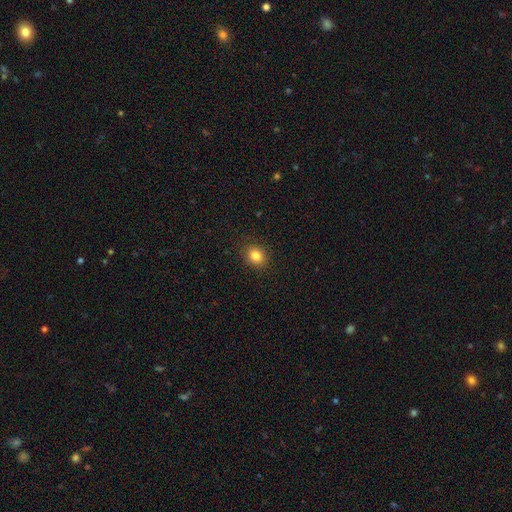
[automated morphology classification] This appears to be a smooth galaxy with no disk features (83%) that is round (68%). Merging: none (89%).